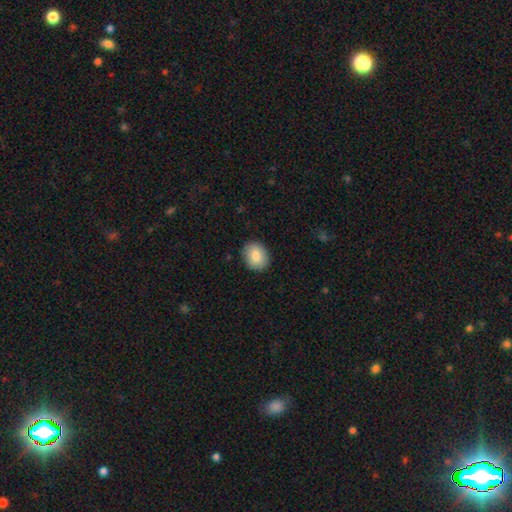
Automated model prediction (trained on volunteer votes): Smooth or featured? smooth (84%)
How rounded? round (52%)
Merging? none (88%)